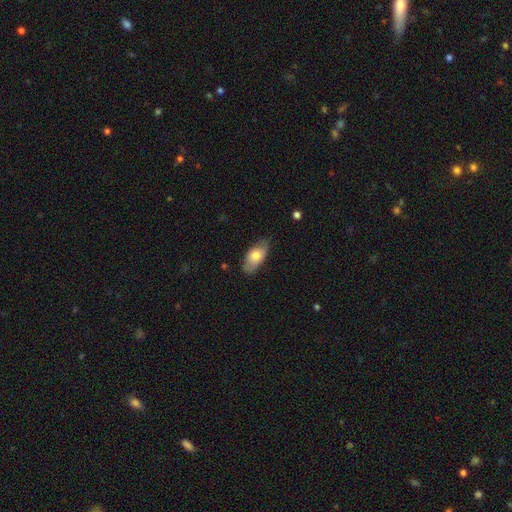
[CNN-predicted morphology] smooth-or-featured: smooth: 72% | featured or disk: 21% | star or artifact: 6%
  how-rounded: in between: 91% | cigar-shaped: 6% | round: 3%
  merging: none: 72% | minor disturbance: 22% | major disturbance: 4% | merger: 1%